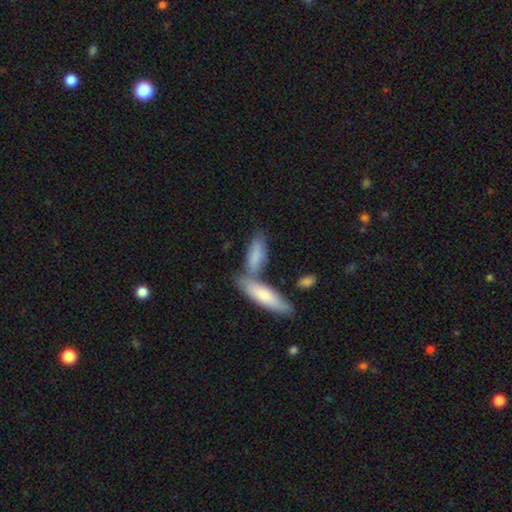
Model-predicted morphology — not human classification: smooth 77%, featured or disk 18%, star or artifact 5%. Down the decision tree: how rounded — in between (51%); merging — none (42%).